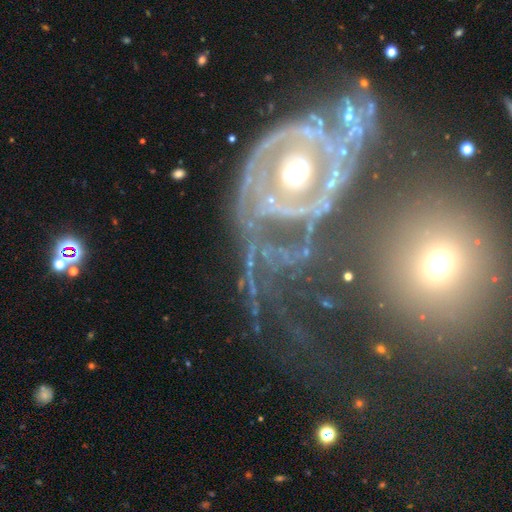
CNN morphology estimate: smooth-or-featured: featured or disk: 83% | star or artifact: 9% | smooth: 8%
  disk-edge-on: no: 95% | yes: 5%
    bar: no: 73% | weak: 17% | strong: 10%
    has-spiral-arms: yes: 83% | no: 17%
      spiral-winding: tight: 51% | medium: 32% | loose: 18%
      spiral-arm-count: 2: 35% | can't tell: 30% | 3: 13% | 1: 11% | 4: 6% | more than 4: 6%
    bulge-size: moderate: 65% | small: 20% | large: 11% | dominant: 2% | none: 2%
  merging: major disturbance: 42% | none: 28% | minor disturbance: 17% | merger: 14%